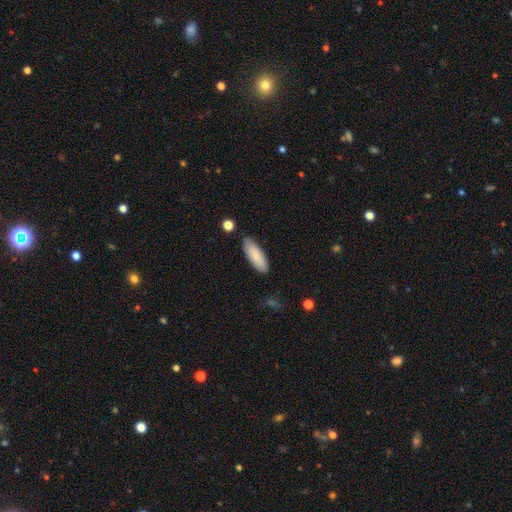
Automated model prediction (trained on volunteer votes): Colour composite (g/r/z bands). It shows a smooth galaxy with no disk features (86%) that is in between round and cigar-shaped (64%). Merging: none (82%).